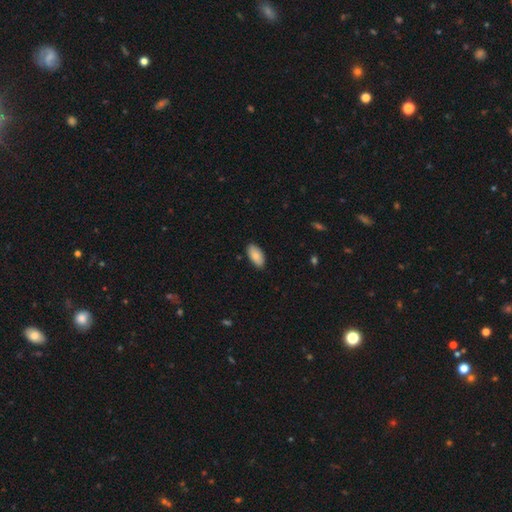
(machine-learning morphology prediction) Smooth or featured?
  - smooth: 87% *
  - featured or disk: 7%
  - star or artifact: 6%
How rounded?
  - in between: 94% *
  - cigar-shaped: 4%
  - round: 2%
Merging?
  - none: 87% *
  - minor disturbance: 10%
  - major disturbance: 2%
  - merger: 1%